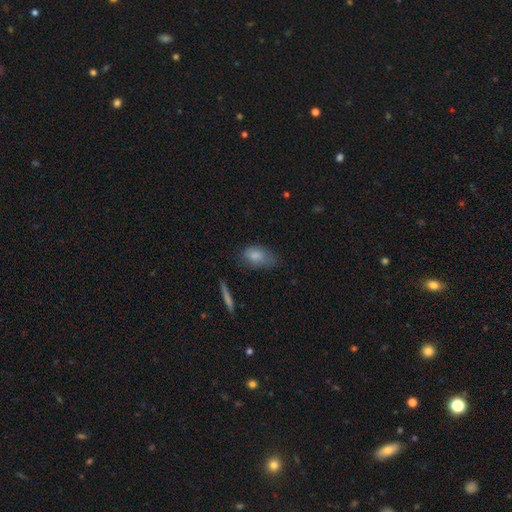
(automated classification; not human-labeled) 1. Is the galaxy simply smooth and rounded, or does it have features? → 82% smooth, 10% featured or disk, 8% star or artifact.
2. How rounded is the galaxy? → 88% in between, 7% round, 5% cigar-shaped.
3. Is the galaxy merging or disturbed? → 50% none, 35% minor disturbance, 13% major disturbance, 3% merger.